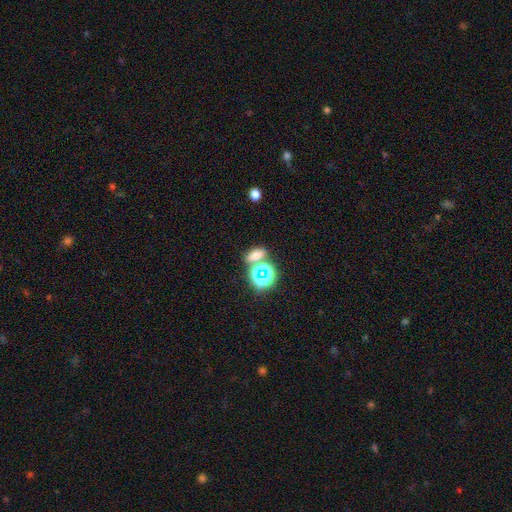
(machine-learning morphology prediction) Q: Smooth or featured?
A: smooth (60%); runner-up: star or artifact (29%)
Q: How rounded?
A: in between (72%); runner-up: round (22%)
Q: Merging?
A: none (67%); runner-up: merger (19%)